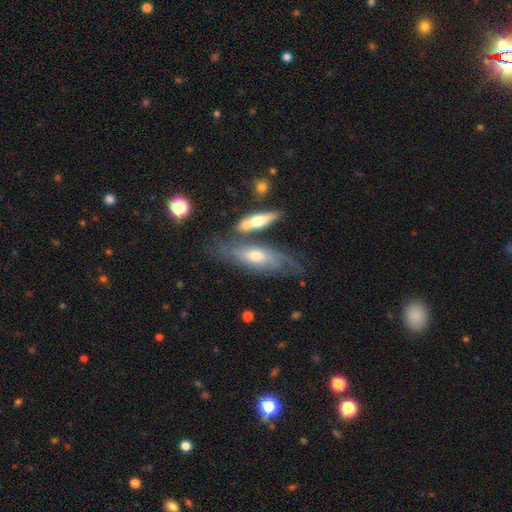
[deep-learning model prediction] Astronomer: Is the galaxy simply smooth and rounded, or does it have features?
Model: featured or disk — 62%.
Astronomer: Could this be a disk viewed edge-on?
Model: no — 68%.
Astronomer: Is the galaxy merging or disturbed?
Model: none — 51%.